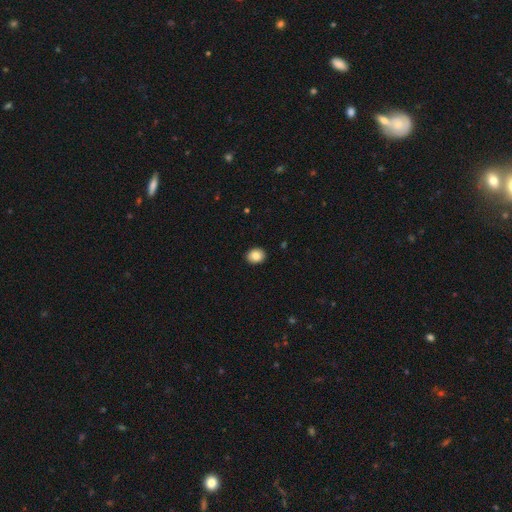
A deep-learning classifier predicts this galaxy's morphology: smooth 86%, star or artifact 8%, featured or disk 6%. Down the decision tree: how rounded — round (51%); merging — none (91%).